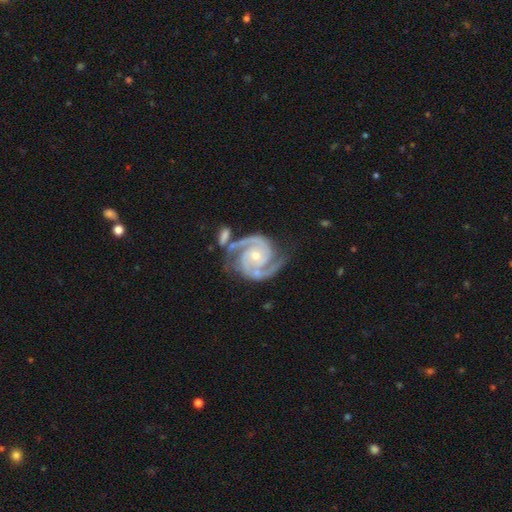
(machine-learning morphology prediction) type=featured or disk (94%); edge-on=no (98%); bar=no (65%); spiral arms=yes (99%); winding=tight (56%); arm count=2 (90%); bulge=small (58%); merging=none (69%).